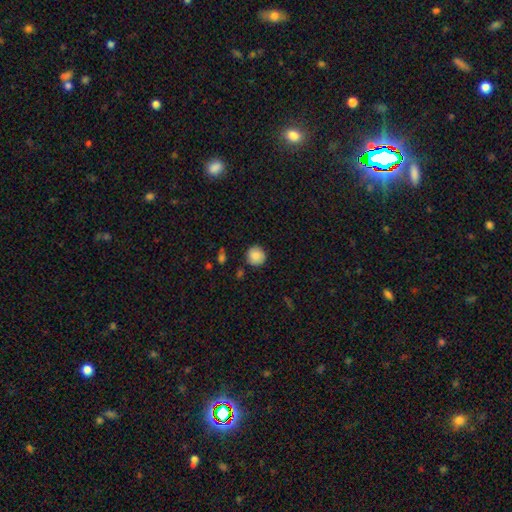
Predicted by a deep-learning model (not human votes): A smooth galaxy with no disk features (87%) that is round (93%).

Vote fractions:
- Smooth or featured? smooth: 87% / star or artifact: 8% / featured or disk: 5%
- How rounded? round: 93% / in between: 7% / cigar-shaped: 1%
- Merging? none: 86% / minor disturbance: 10% / major disturbance: 2% / merger: 2%